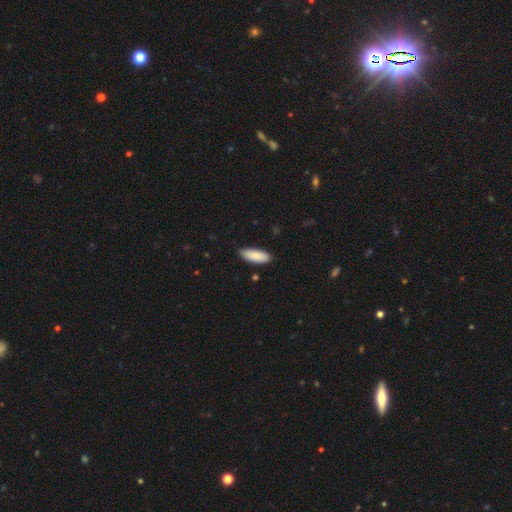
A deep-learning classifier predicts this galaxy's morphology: This is clearly a smooth galaxy (89%). How rounded: likely in between (73%). Merging: clearly none (87%).